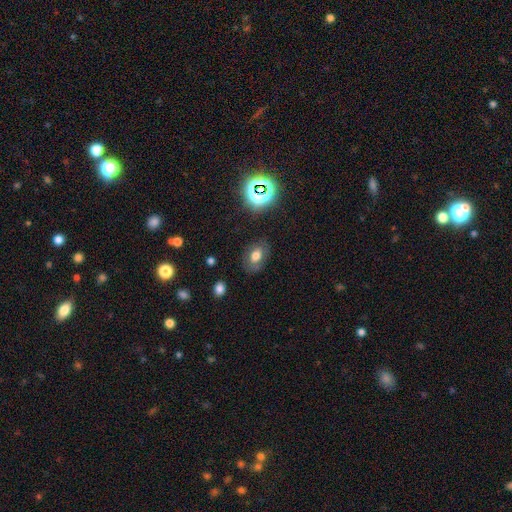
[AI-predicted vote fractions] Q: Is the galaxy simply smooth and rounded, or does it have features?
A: smooth — 64%.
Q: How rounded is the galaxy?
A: in between — 77%.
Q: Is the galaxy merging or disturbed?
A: none — 78%.